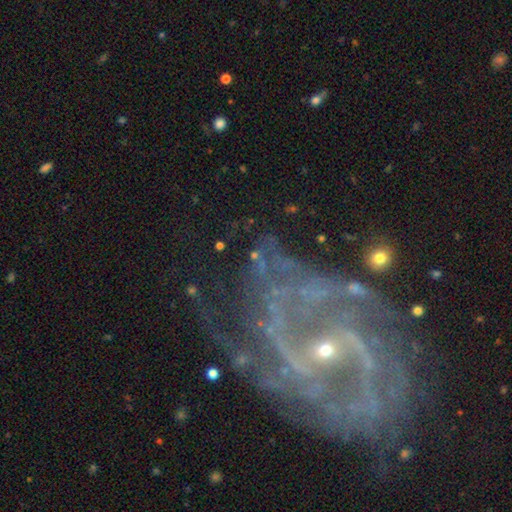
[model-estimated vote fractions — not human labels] Smooth or featured? Predicted: featured or disk (p=0.56). Edge-on disk? Predicted: no (p=0.94). Bar? Predicted: no (p=0.52). Spiral arms? Predicted: yes (p=0.72). Bulge size? Predicted: small (p=0.49). Merging? Predicted: none (p=0.58).